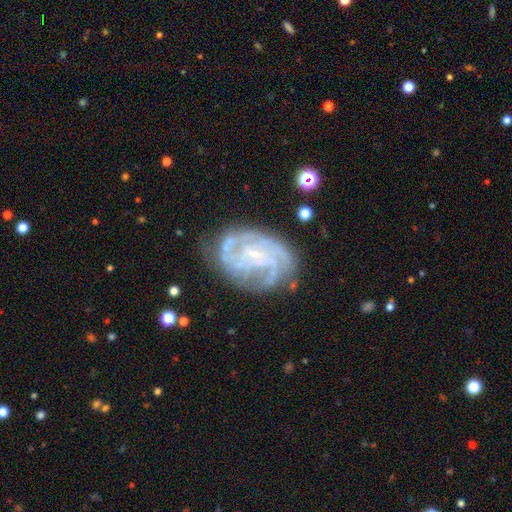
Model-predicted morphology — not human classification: Smooth or featured: featured or disk — 85% (smooth — 8%)
Edge-on disk: no — 97% (yes — 3%)
Bar: no — 51% (weak — 37%)
Spiral arms: yes — 95% (no — 5%)
Spiral winding: tight — 59% (medium — 34%)
Spiral arm count: 3 — 26% (tied with can't tell — 26%)
Bulge size: small — 73% (none — 13%)
Merging: none — 69% (minor disturbance — 20%)